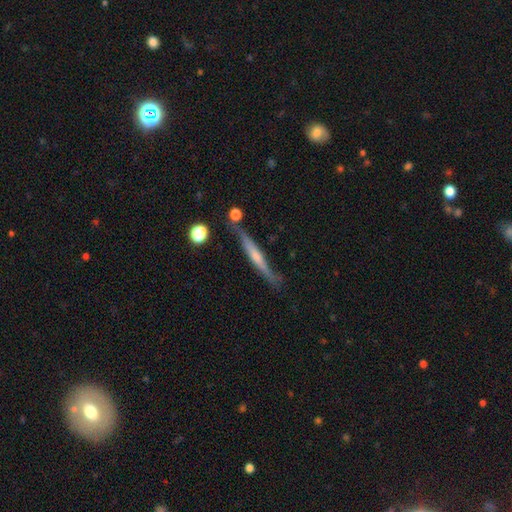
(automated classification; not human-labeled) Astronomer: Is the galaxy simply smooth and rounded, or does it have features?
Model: featured or disk — 61%.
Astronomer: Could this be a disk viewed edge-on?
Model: yes — 93%.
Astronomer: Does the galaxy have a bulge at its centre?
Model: rounded — 49% (runner-up: none, 38%).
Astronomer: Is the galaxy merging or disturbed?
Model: none — 73%.